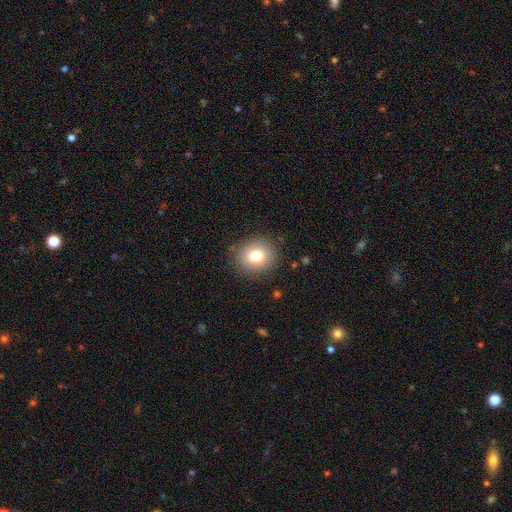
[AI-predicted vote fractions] A smooth galaxy with no disk features (78%) that is round (74%).

Vote fractions:
- Smooth or featured? smooth: 78% / featured or disk: 11% / star or artifact: 10%
- How rounded? round: 74% / in between: 25% / cigar-shaped: 1%
- Merging? none: 87% / minor disturbance: 9% / major disturbance: 3% / merger: 1%